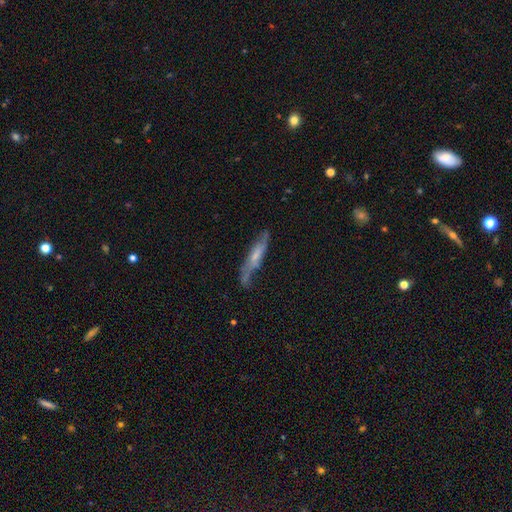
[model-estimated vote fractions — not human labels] smooth_or_featured: featured or disk (p=0.49) [alt: smooth p=0.44]
merging: none (p=0.58) [alt: minor disturbance p=0.27]